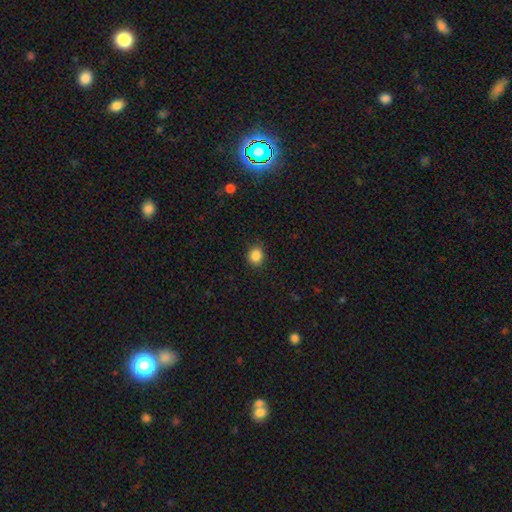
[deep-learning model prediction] Smooth or featured? Predicted: smooth (p=0.86). How rounded? Predicted: round (p=0.72). Merging? Predicted: none (p=0.86).